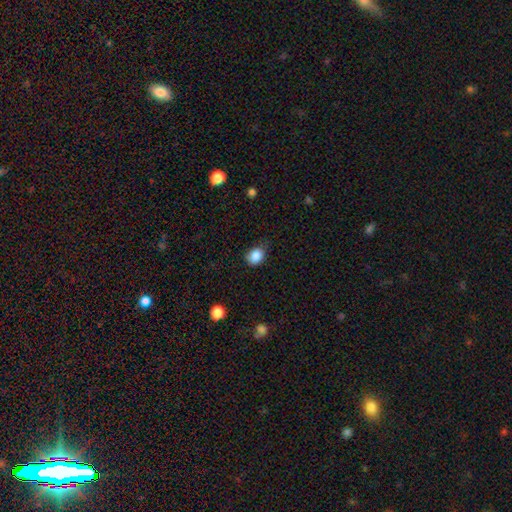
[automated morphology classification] A smooth galaxy with no disk features (86%) that is in between round and cigar-shaped (50%). Merging: none (66%).